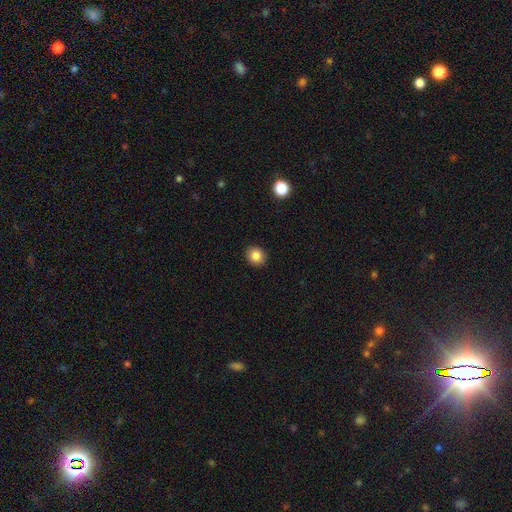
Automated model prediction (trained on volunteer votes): The model was most divided on "how rounded": round: 78%, in between: 22%, cigar-shaped: 1%. More confident: merging — none (92%); smooth or featured — smooth (84%).